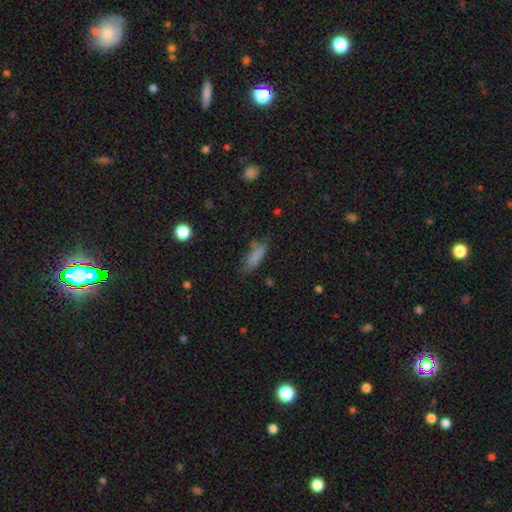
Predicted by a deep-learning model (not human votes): Smooth or featured: smooth — 81% (star or artifact — 10%)
How rounded: in between — 62% (cigar-shaped — 35%)
Merging: none — 65% (minor disturbance — 24%)